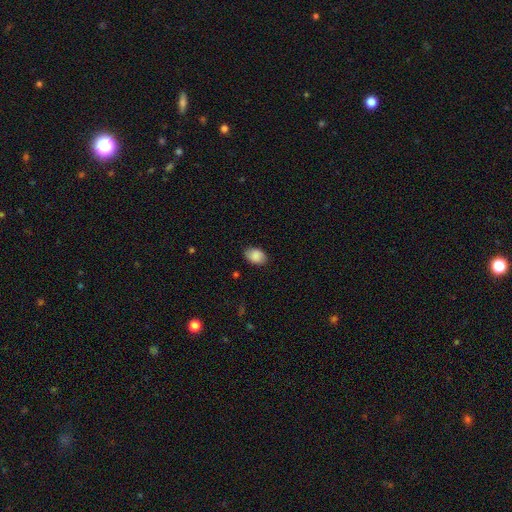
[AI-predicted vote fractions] smooth 89%, star or artifact 7%, featured or disk 5%. Down the decision tree: how rounded — in between (82%); merging — none (85%).